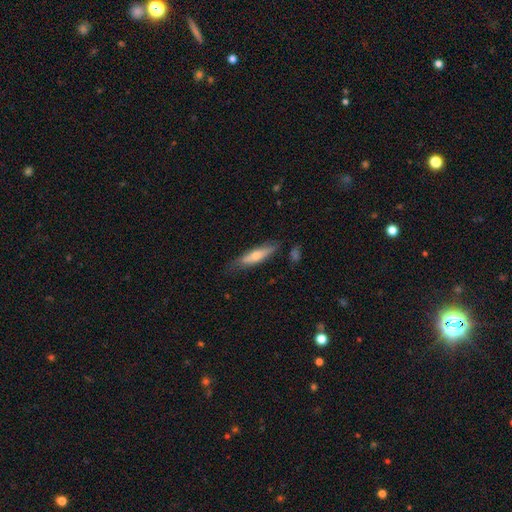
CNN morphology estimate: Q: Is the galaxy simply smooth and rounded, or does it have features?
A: smooth — 59%.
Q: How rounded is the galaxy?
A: cigar-shaped — 73%.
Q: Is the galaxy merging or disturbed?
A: none — 73%.